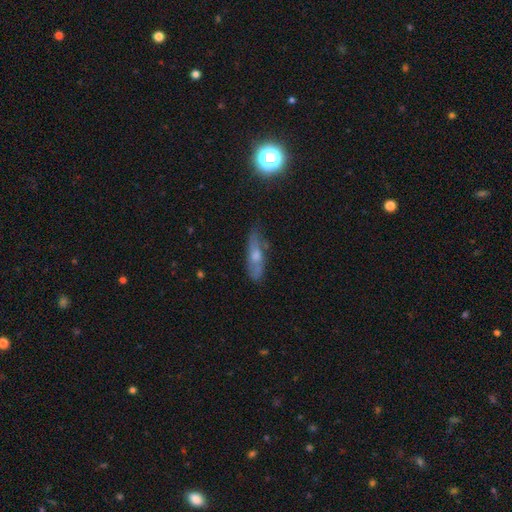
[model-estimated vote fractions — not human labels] Morphology: type=featured or disk (49%); merging=none (71%).